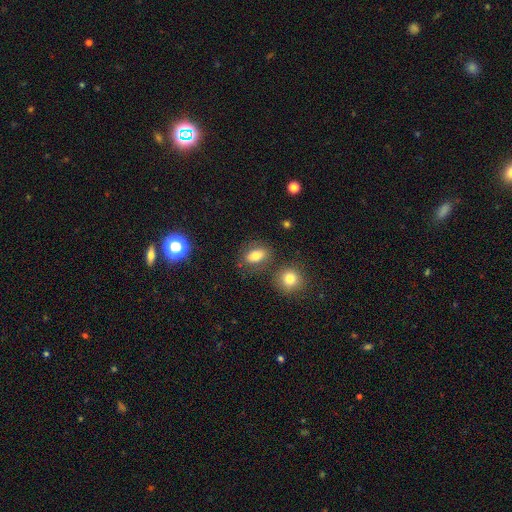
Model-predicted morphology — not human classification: The model was most divided on "merging": none: 74%, minor disturbance: 12%, merger: 10%, major disturbance: 4%. More confident: how rounded — in between (82%); smooth or featured — smooth (78%).